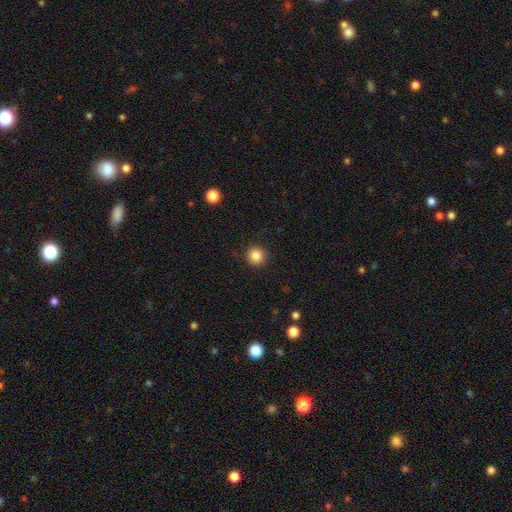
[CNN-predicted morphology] smooth 85%, star or artifact 10%, featured or disk 4%. Down the decision tree: how rounded — round (94%); merging — none (91%).